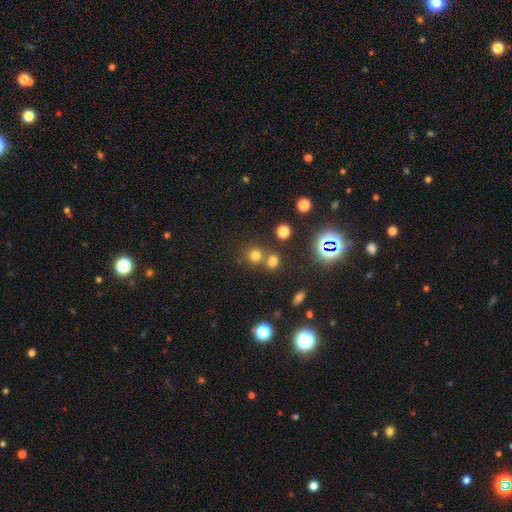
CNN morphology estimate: smooth 69%, star or artifact 24%, featured or disk 7%. Down the decision tree: how rounded — round (84%); merging — none (60%).